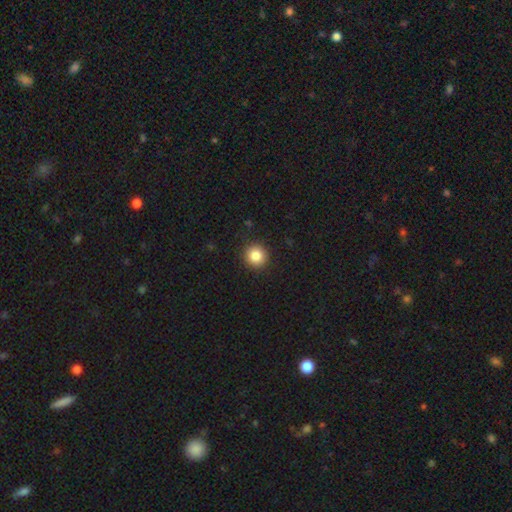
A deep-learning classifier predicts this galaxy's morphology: type=smooth (86%); roundness=round (94%); merging=none (92%).